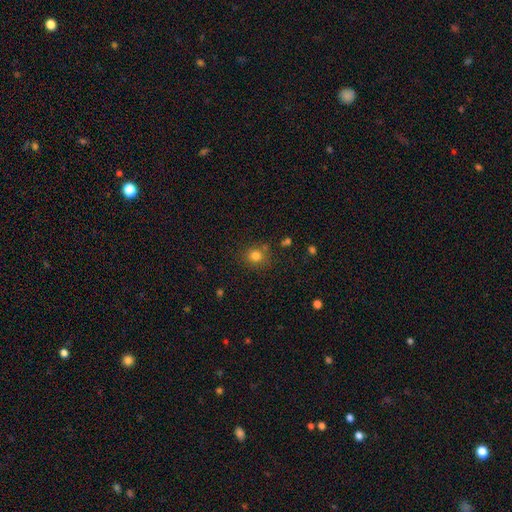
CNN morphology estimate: Q: Smooth or featured?
A: smooth (80%); runner-up: star or artifact (13%)
Q: How rounded?
A: round (84%); runner-up: in between (15%)
Q: Merging?
A: none (80%); runner-up: minor disturbance (11%)